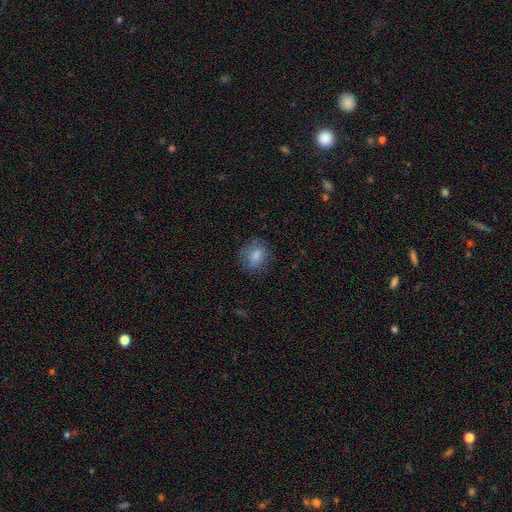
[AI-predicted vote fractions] Smooth or featured? Predicted: smooth (p=0.81). How rounded? Predicted: round (p=0.60). Merging? Predicted: none (p=0.75).